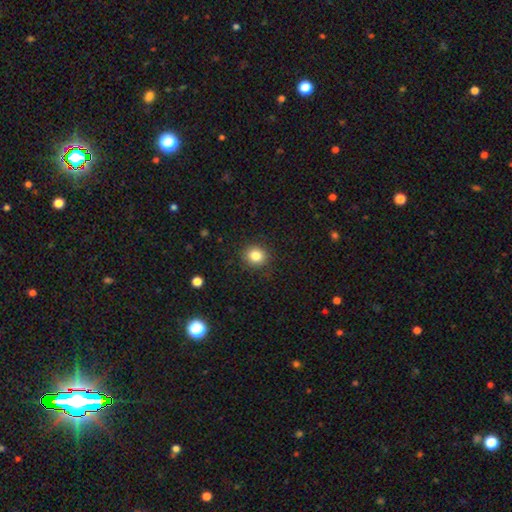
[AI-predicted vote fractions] Smooth or featured? Predicted: smooth (p=0.83). How rounded? Predicted: round (p=0.85). Merging? Predicted: none (p=0.89).